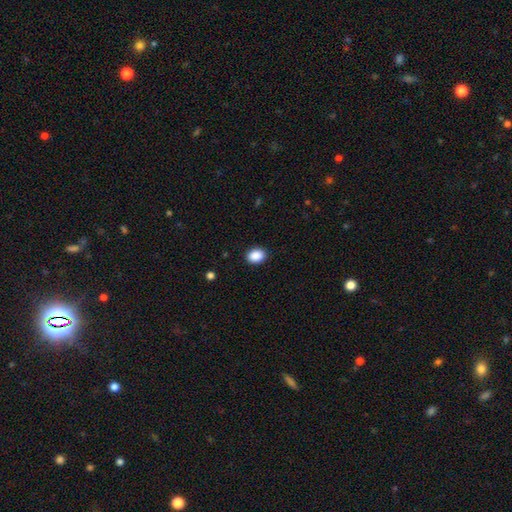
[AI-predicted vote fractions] Morphology: type=smooth (89%); roundness=in between (67%); merging=none (90%).